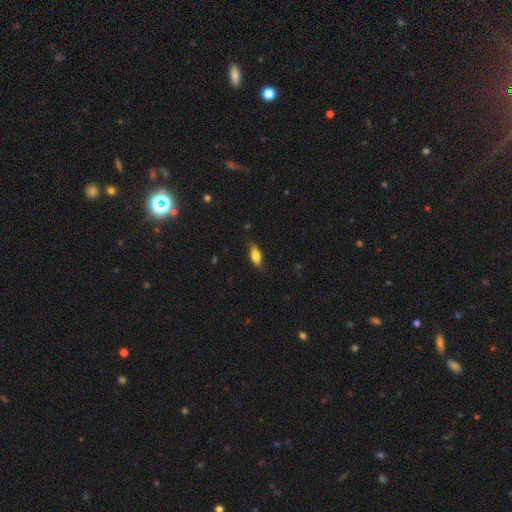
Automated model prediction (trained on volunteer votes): Smooth or featured: smooth — 75% (featured or disk — 18%)
How rounded: in between — 75% (cigar-shaped — 22%)
Merging: none — 79% (minor disturbance — 17%)